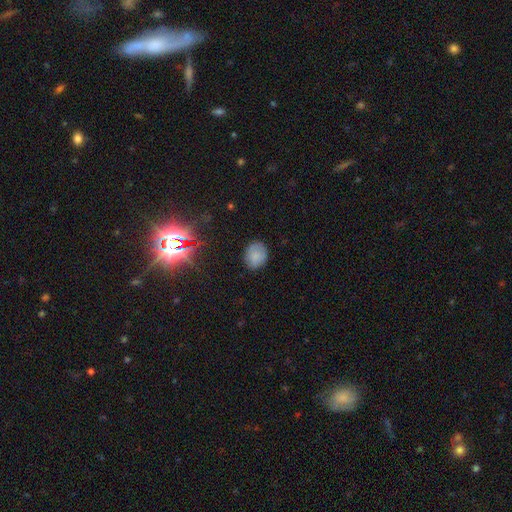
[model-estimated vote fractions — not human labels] smooth-or-featured: smooth: 80% | star or artifact: 12% | featured or disk: 8%
  how-rounded: round: 63% | in between: 36% | cigar-shaped: 1%
  merging: none: 81% | minor disturbance: 15% | major disturbance: 3% | merger: 1%